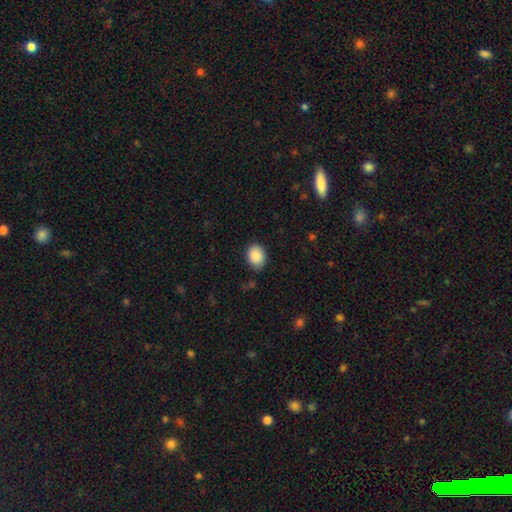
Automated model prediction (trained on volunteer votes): Smooth or featured: smooth — 88% (star or artifact — 8%)
How rounded: in between — 57% (round — 42%)
Merging: none — 82% (minor disturbance — 13%)